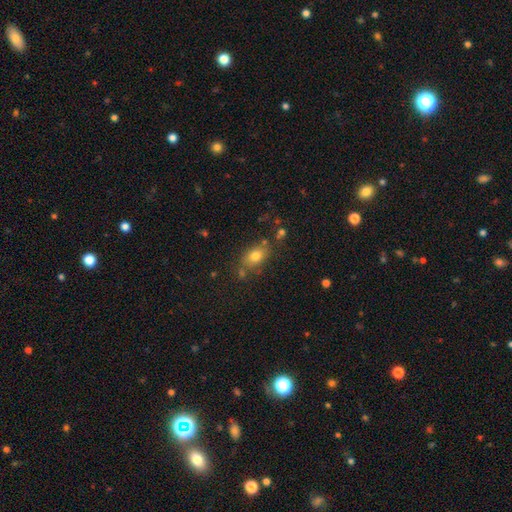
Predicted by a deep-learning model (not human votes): smooth-or-featured: smooth: 77% | featured or disk: 12% | star or artifact: 11%
  how-rounded: in between: 76% | round: 22% | cigar-shaped: 2%
  merging: none: 72% | minor disturbance: 15% | merger: 8% | major disturbance: 5%